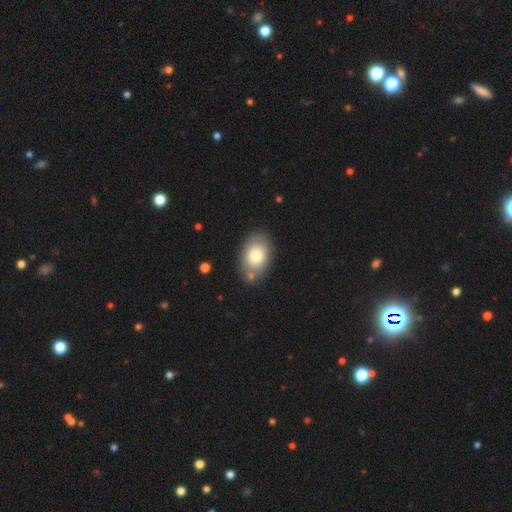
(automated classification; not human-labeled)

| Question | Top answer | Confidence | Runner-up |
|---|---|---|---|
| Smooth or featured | smooth | 71% | featured or disk (22%) |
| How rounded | in between | 85% | round (14%) |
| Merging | none | 73% | minor disturbance (16%) |